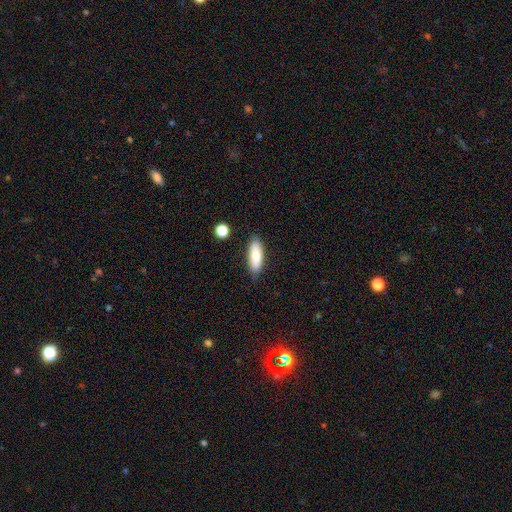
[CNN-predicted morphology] The model was most divided on "how rounded": in between: 66%, cigar-shaped: 32%, round: 2%. More confident: smooth or featured — smooth (83%); merging — none (82%).